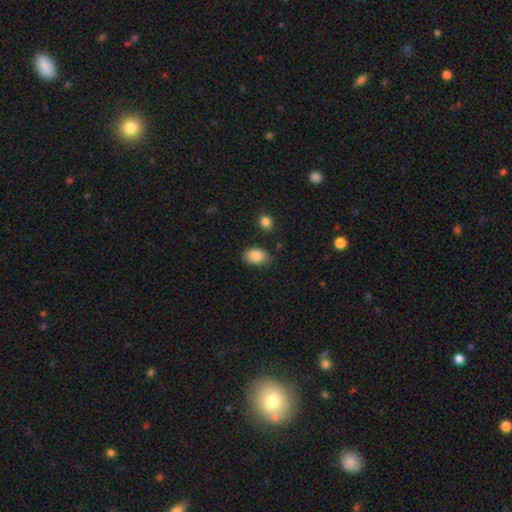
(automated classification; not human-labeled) Q: Smooth or featured?
A: smooth (88%); runner-up: star or artifact (7%)
Q: How rounded?
A: in between (85%); runner-up: round (14%)
Q: Merging?
A: none (80%); runner-up: minor disturbance (14%)